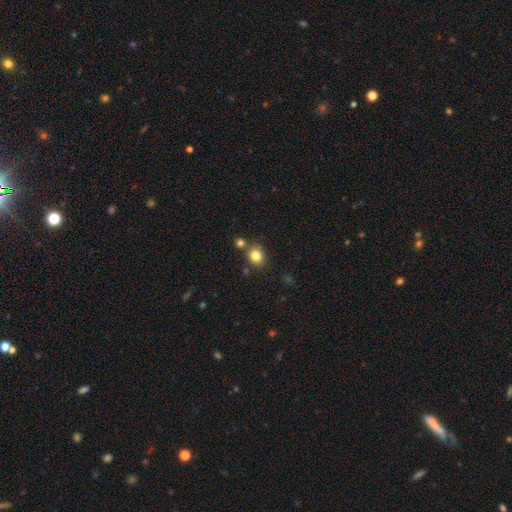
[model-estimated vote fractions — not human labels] Morphology: type=smooth (82%); roundness=round (74%); merging=none (74%).